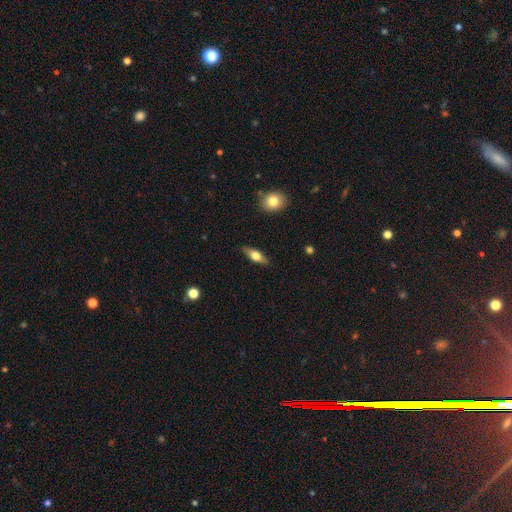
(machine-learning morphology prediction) smooth-or-featured: smooth: 51% | featured or disk: 43% | star or artifact: 6%
  how-rounded: in between: 60% | cigar-shaped: 36% | round: 5%
  merging: none: 86% | minor disturbance: 11% | major disturbance: 2% | merger: 1%